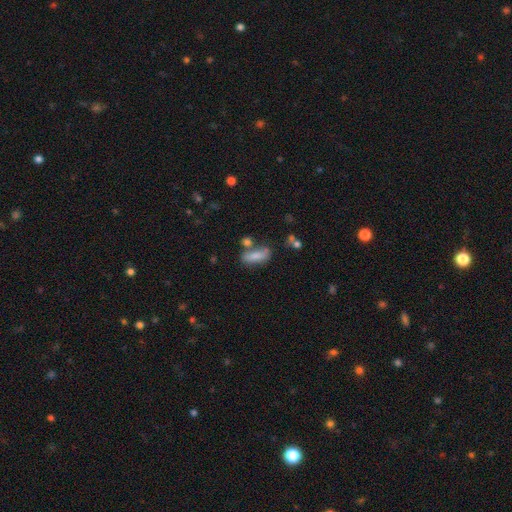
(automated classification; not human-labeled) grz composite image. It shows a smooth galaxy with no disk features (77%) that is in between round and cigar-shaped (69%). Merging: none (54%).